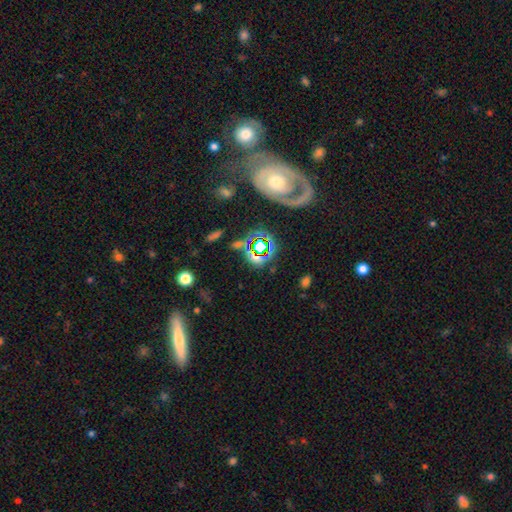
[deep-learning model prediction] smooth_or_featured: star or artifact (p=0.51) [alt: smooth p=0.30]